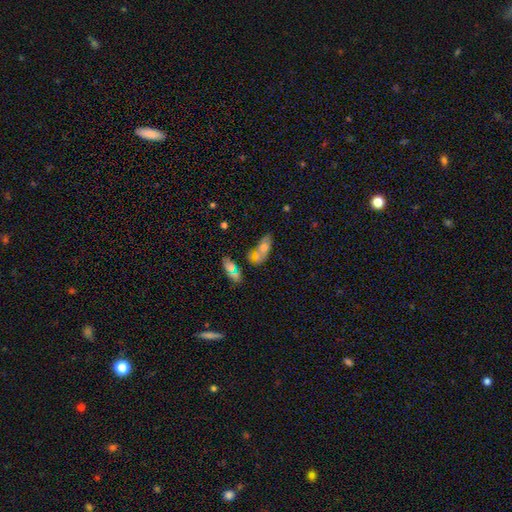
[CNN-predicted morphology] A smooth galaxy with no disk features (60%) that is in between round and cigar-shaped (81%). Merging: merger (51%).